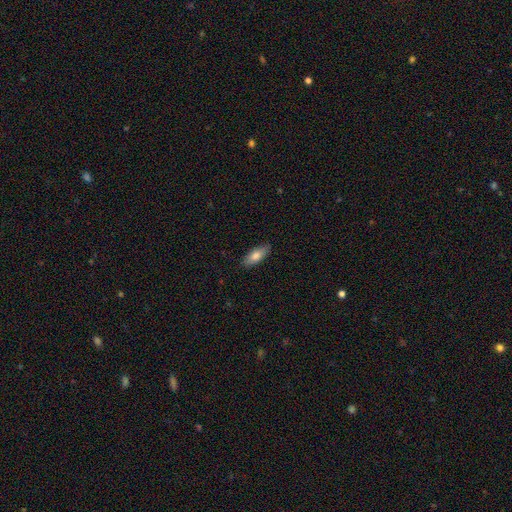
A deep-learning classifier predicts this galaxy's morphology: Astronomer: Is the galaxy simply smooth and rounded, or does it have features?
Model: smooth — 76%.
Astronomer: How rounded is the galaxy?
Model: in between — 73%.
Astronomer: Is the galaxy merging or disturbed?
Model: none — 86%.